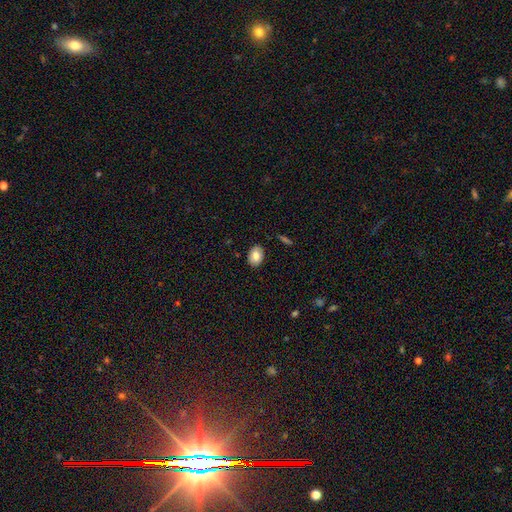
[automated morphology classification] The model was most divided on "how rounded": in between: 82%, round: 17%, cigar-shaped: 1%. More confident: merging — none (87%); smooth or featured — smooth (81%).